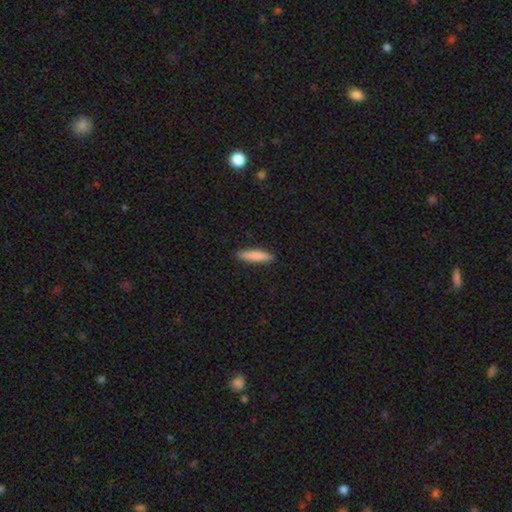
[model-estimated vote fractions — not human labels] Smooth or featured? smooth (84%)
How rounded? cigar-shaped (81%)
Merging? none (89%)